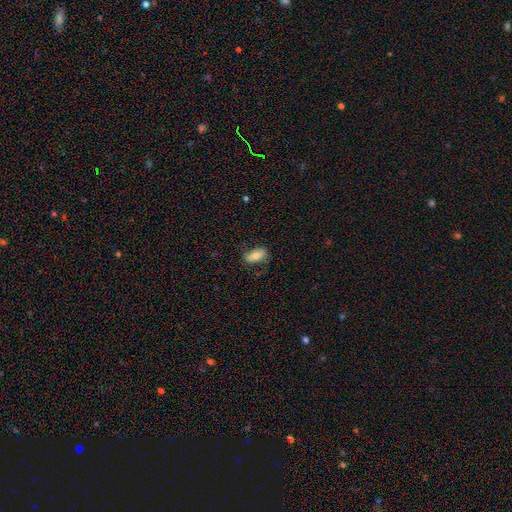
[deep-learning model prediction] smooth-or-featured: smooth: 70% | featured or disk: 23% | star or artifact: 7%
  how-rounded: in between: 87% | cigar-shaped: 9% | round: 4%
  merging: none: 70% | minor disturbance: 21% | major disturbance: 7% | merger: 1%